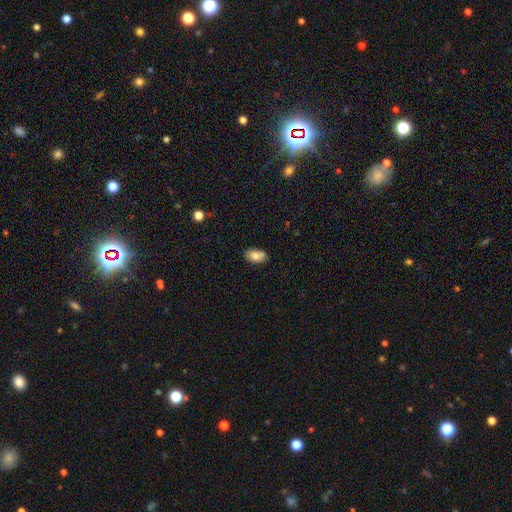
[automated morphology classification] The model was most divided on "merging": none: 65%, merger: 16%, minor disturbance: 16%, major disturbance: 3%. More confident: how rounded — in between (87%); smooth or featured — smooth (76%).